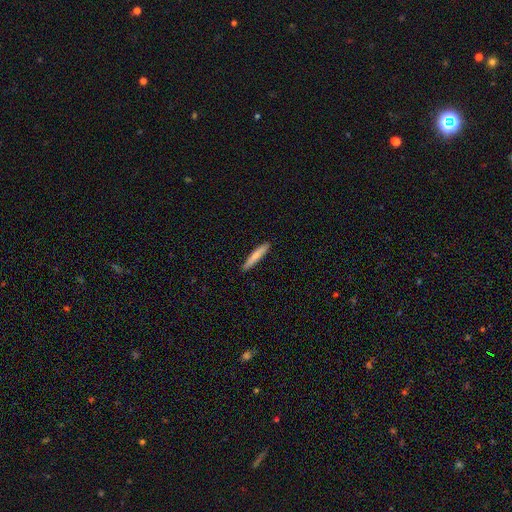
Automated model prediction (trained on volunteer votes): Smooth or featured? Predicted: smooth (p=0.75). How rounded? Predicted: cigar-shaped (p=0.93). Merging? Predicted: none (p=0.90).